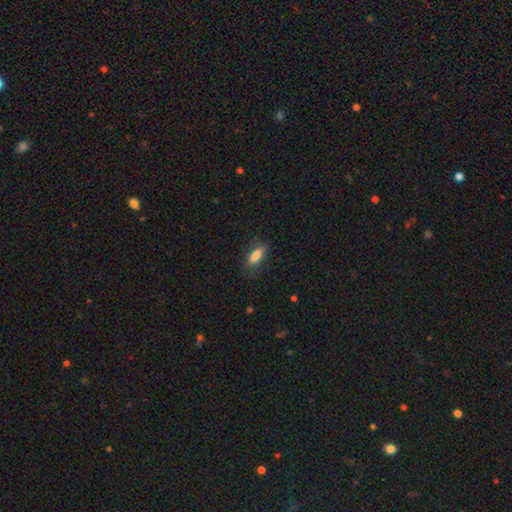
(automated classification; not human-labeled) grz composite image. It shows a smooth galaxy with no disk features (82%) that is in between round and cigar-shaped (62%). Merging: none (82%).